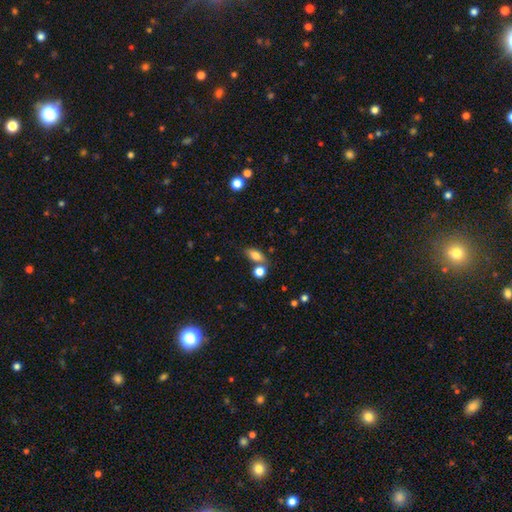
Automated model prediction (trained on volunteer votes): The model was most divided on "merging": none: 63%, merger: 20%, minor disturbance: 13%, major disturbance: 4%. More confident: smooth or featured — smooth (77%); how rounded — in between (77%).